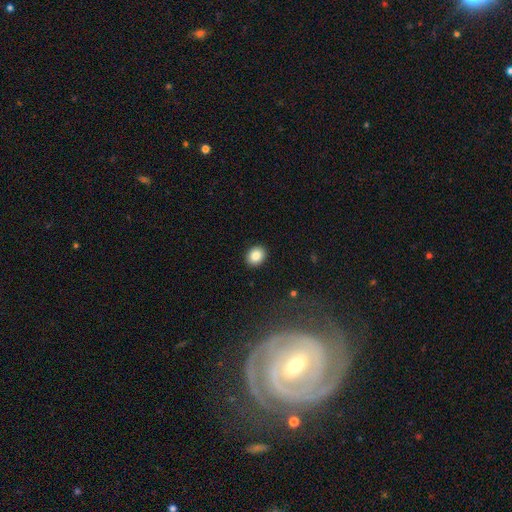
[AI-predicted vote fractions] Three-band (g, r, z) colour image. It shows a smooth galaxy with no disk features (85%) that is round (59%). Merging: none (91%).